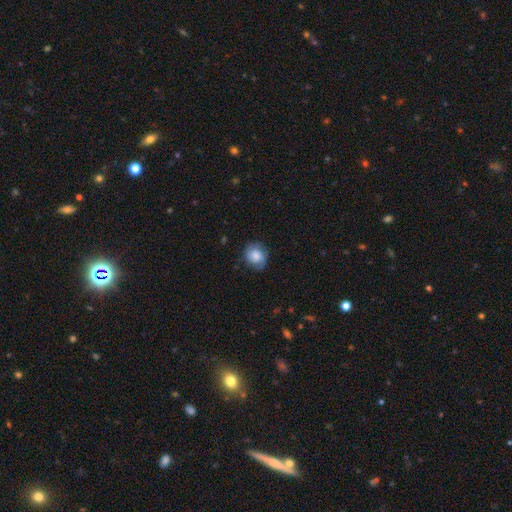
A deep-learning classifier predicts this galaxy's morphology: A smooth galaxy with no disk features (66%) that is round (70%). Merging: none (74%).